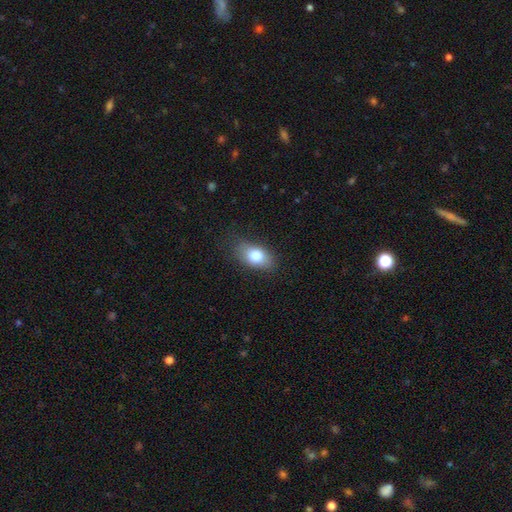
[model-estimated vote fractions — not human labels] smooth-or-featured: smooth: 78% | featured or disk: 14% | star or artifact: 8%
  how-rounded: in between: 86% | round: 10% | cigar-shaped: 4%
  merging: none: 79% | minor disturbance: 16% | major disturbance: 4% | merger: 1%